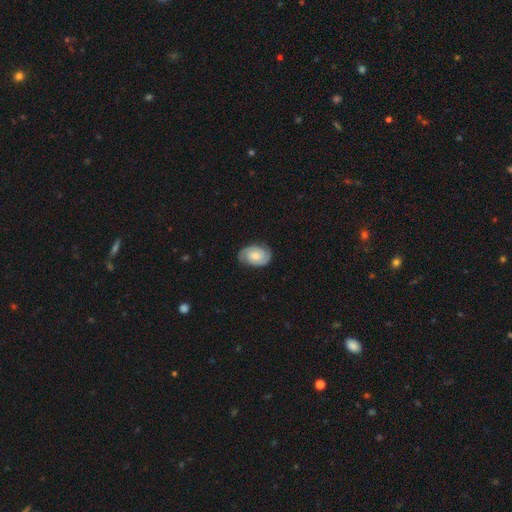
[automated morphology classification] Smooth or featured? Predicted: featured or disk (p=0.66). Edge-on disk? Predicted: no (p=0.97). Bar? Predicted: no (p=0.72). Spiral arms? Predicted: yes (p=0.93). Spiral winding? Predicted: tight (p=0.57). Spiral arm count? Predicted: 2 (p=0.72). Bulge size? Predicted: moderate (p=0.52). Merging? Predicted: none (p=0.77).